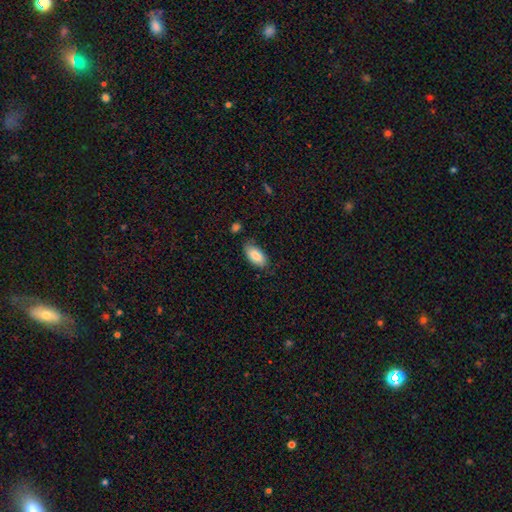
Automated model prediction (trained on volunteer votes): smooth-or-featured: smooth: 85% | featured or disk: 9% | star or artifact: 6%
  how-rounded: in between: 93% | cigar-shaped: 5% | round: 2%
  merging: none: 77% | minor disturbance: 17% | major disturbance: 3% | merger: 2%